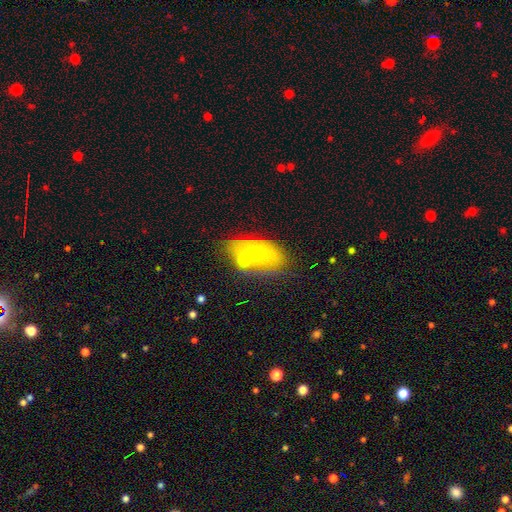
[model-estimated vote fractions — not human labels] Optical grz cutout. It shows a smooth galaxy with no disk features (52%) that is in between round and cigar-shaped (85%). Merging: none (49%).